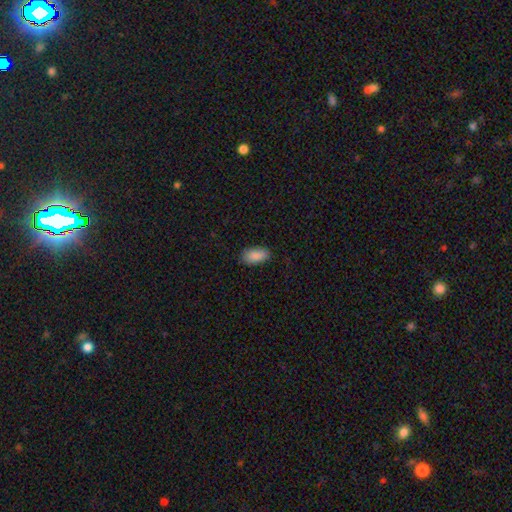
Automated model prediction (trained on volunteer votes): Smooth or featured? smooth (89%)
How rounded? in between (93%)
Merging? none (84%)